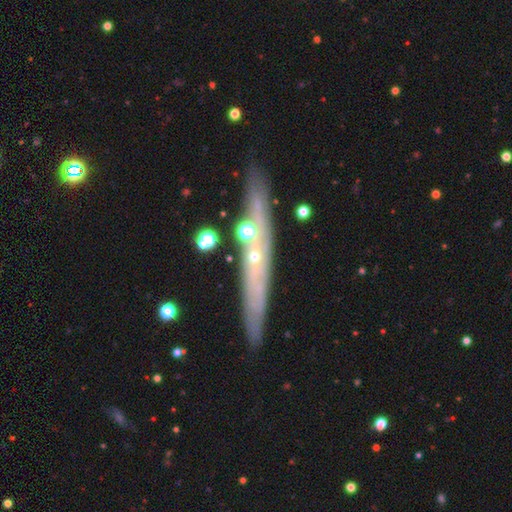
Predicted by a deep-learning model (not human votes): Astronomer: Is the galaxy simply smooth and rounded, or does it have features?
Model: featured or disk — 68%.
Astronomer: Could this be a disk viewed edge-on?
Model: yes — 80%.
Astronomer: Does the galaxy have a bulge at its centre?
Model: rounded — 49%, tied with none at 49%.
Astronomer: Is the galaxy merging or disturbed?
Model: none — 84%.